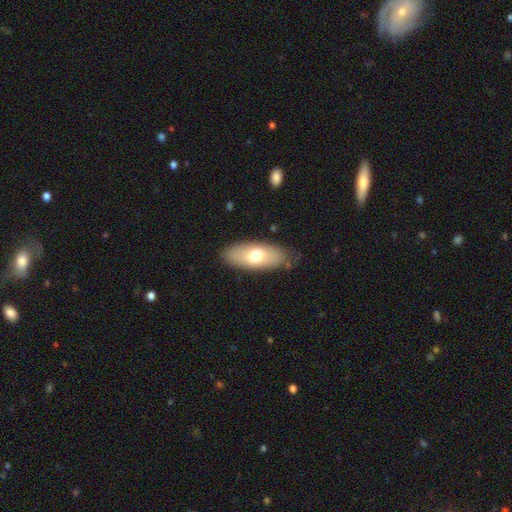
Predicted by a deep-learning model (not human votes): smooth 69%, featured or disk 25%, star or artifact 6%. Down the decision tree: how rounded — in between (85%); merging — none (81%).